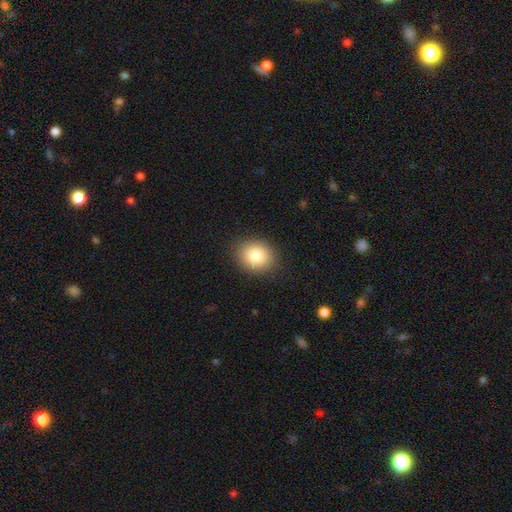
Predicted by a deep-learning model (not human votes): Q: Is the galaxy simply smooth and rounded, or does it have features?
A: smooth — 83%.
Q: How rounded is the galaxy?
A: round — 63%.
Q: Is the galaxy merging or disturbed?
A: none — 89%.